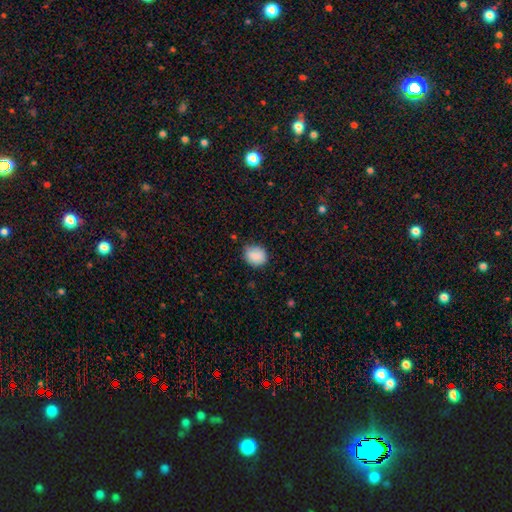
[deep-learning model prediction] This appears to be a smooth galaxy with no disk features (88%) that is round (58%). Merging: none (73%).